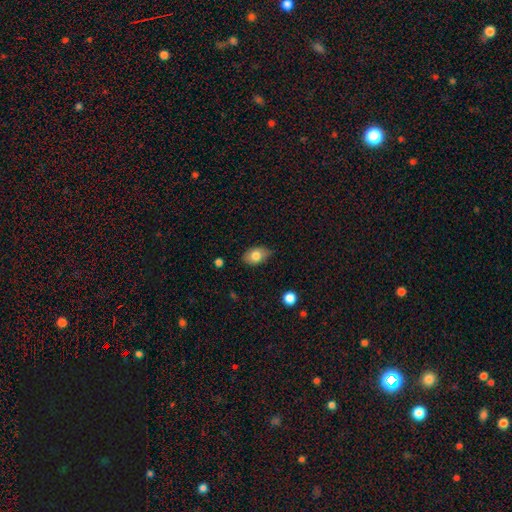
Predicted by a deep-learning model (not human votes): Q: Smooth or featured?
A: smooth (79%); runner-up: featured or disk (13%)
Q: How rounded?
A: in between (84%); runner-up: round (14%)
Q: Merging?
A: none (74%); runner-up: minor disturbance (21%)